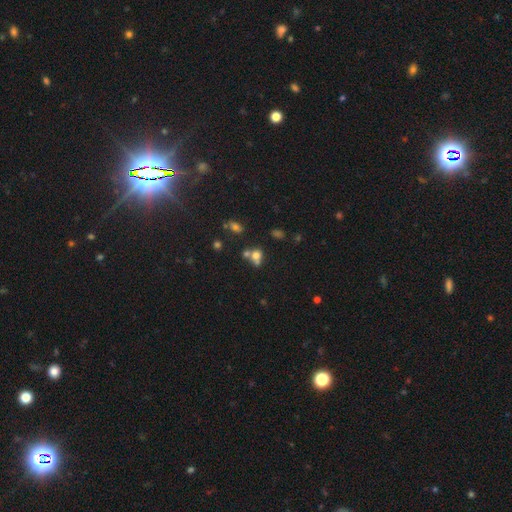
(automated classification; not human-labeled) smooth-or-featured: smooth: 68% | featured or disk: 16% | star or artifact: 16%
  how-rounded: round: 59% | in between: 39% | cigar-shaped: 2%
  merging: merger: 49% | none: 35% | minor disturbance: 10% | major disturbance: 6%